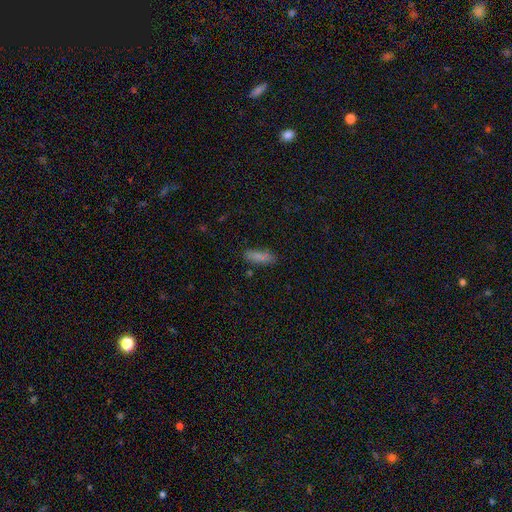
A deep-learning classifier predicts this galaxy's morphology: smooth_or_featured: smooth (p=0.80) [alt: star or artifact p=0.12]
how_rounded: in between (p=0.49) [tied with: cigar-shaped p=0.49]
merging: none (p=0.84) [alt: minor disturbance p=0.11]